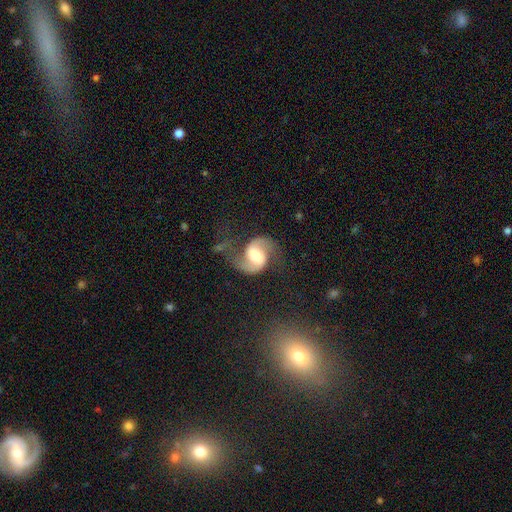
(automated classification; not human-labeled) This appears to be a featured or disk galaxy (87%) with a weak bar (47%), 2 (93%) loose (46%) spiral arms (97%) and a moderate central bulge (54%). Merging: none (62%).